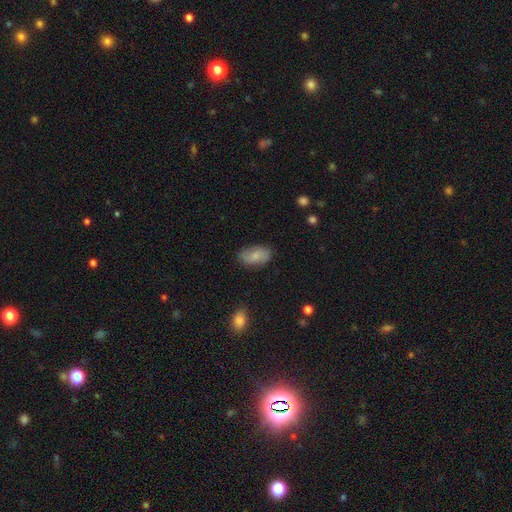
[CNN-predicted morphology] Smooth or featured?
  - smooth: 72% *
  - featured or disk: 21%
  - star or artifact: 7%
How rounded?
  - in between: 93% *
  - round: 5%
  - cigar-shaped: 2%
Merging?
  - none: 76% *
  - minor disturbance: 19%
  - major disturbance: 4%
  - merger: 2%